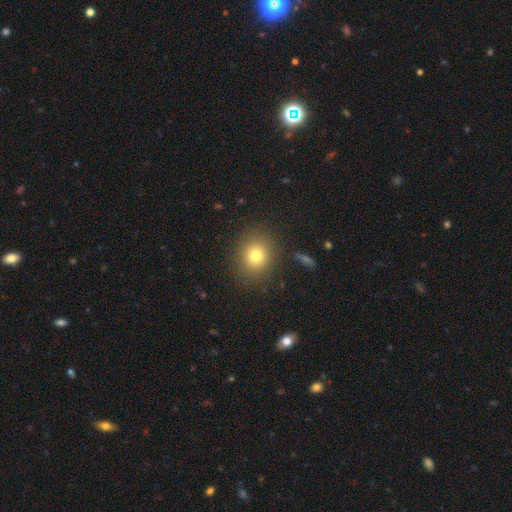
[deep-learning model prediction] Smooth or featured: smooth — 77% (star or artifact — 14%)
How rounded: round — 77% (in between — 23%)
Merging: none — 86% (minor disturbance — 9%)